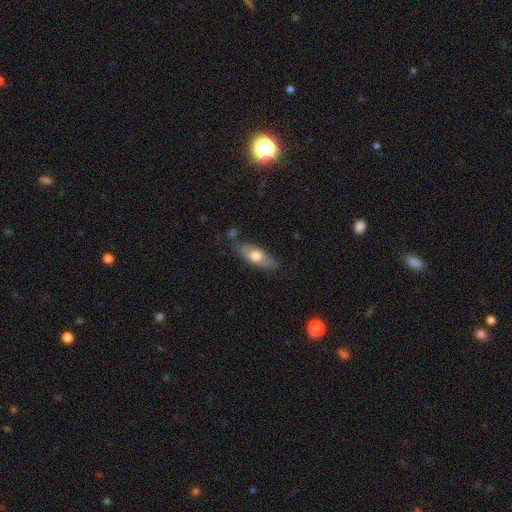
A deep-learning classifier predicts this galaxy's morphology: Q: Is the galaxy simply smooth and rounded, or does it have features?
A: smooth — 65%.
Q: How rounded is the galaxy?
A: in between — 71%.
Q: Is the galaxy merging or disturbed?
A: none — 77%.